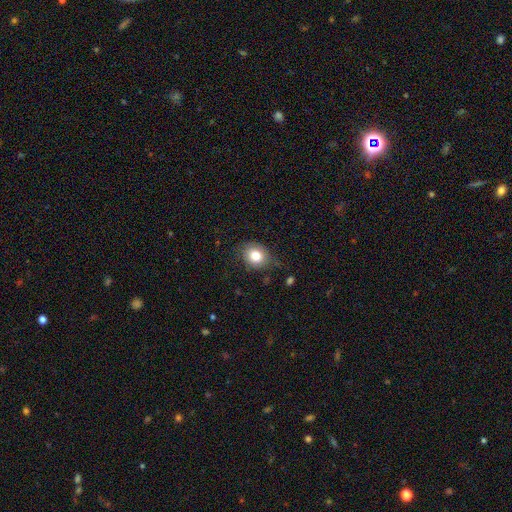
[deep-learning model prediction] Smooth or featured?
  - smooth: 79% *
  - featured or disk: 11%
  - star or artifact: 10%
How rounded?
  - round: 63% *
  - in between: 36%
  - cigar-shaped: 1%
Merging?
  - none: 73% *
  - minor disturbance: 20%
  - major disturbance: 5%
  - merger: 1%